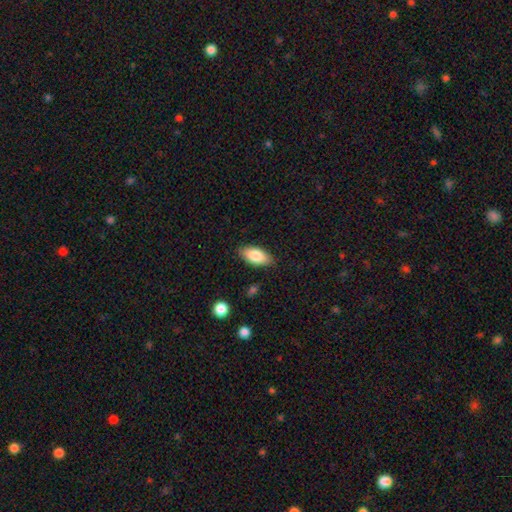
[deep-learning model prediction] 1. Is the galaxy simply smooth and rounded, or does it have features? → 82% smooth, 11% featured or disk, 7% star or artifact.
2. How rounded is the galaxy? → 89% in between, 8% cigar-shaped, 3% round.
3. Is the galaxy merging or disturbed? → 85% none, 12% minor disturbance, 2% major disturbance, 1% merger.